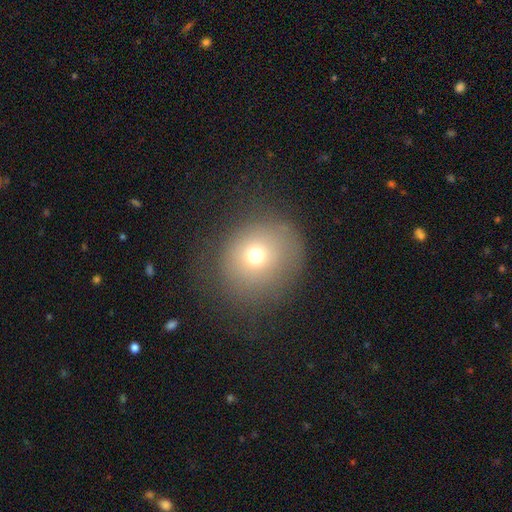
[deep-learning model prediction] smooth_or_featured: smooth (p=0.69) [alt: star or artifact p=0.17]
how_rounded: round (p=0.84) [alt: in between p=0.15]
merging: none (p=0.75) [alt: minor disturbance p=0.13]